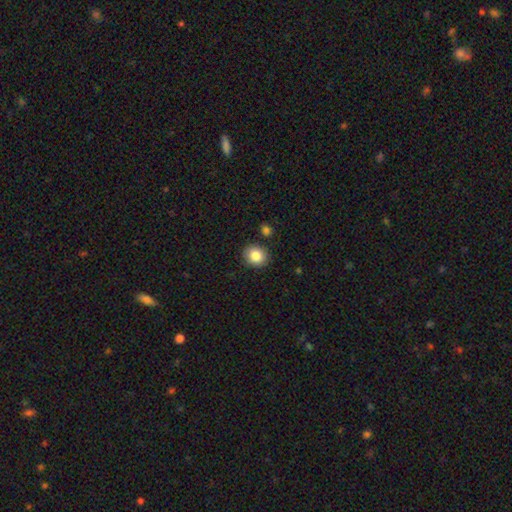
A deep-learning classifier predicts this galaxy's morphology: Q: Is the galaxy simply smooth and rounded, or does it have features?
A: smooth — 85%.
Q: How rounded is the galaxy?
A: round — 77%.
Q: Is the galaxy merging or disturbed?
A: none — 87%.